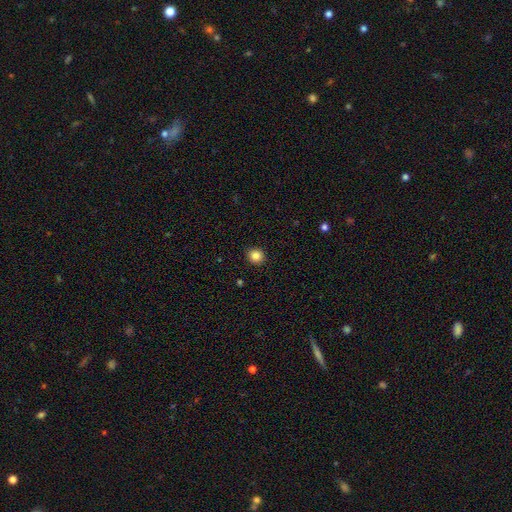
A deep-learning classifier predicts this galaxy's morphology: smooth_or_featured: smooth (p=0.85) [alt: star or artifact p=0.11]
how_rounded: round (p=0.87) [alt: in between p=0.12]
merging: none (p=0.91) [alt: minor disturbance p=0.06]